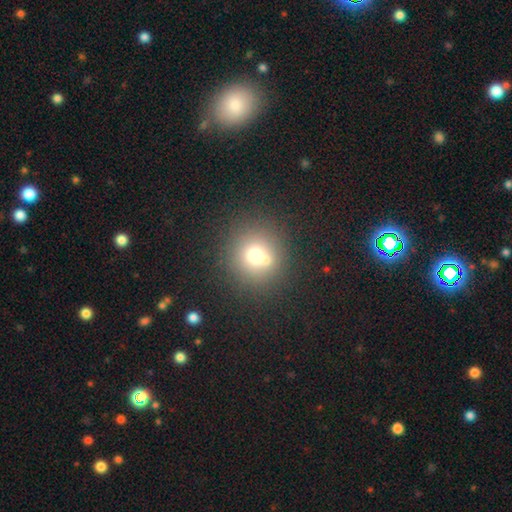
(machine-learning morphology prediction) Smooth or featured?
  - smooth: 68% *
  - star or artifact: 17%
  - featured or disk: 15%
How rounded?
  - round: 92% *
  - in between: 7%
  - cigar-shaped: 1%
Merging?
  - none: 68% *
  - merger: 20%
  - minor disturbance: 9%
  - major disturbance: 4%